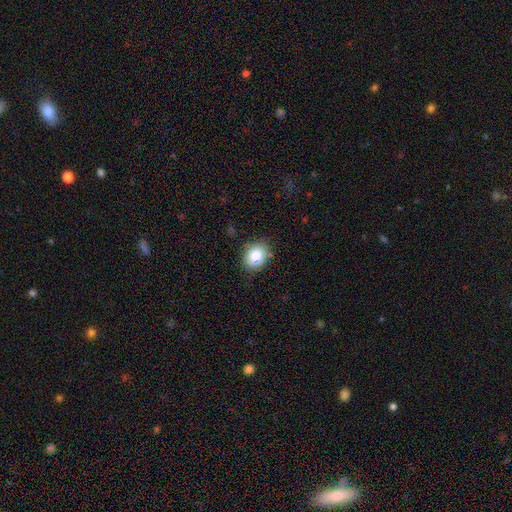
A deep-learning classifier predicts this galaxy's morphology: Smooth or featured? smooth (84%)
How rounded? in between (55%)
Merging? none (82%)